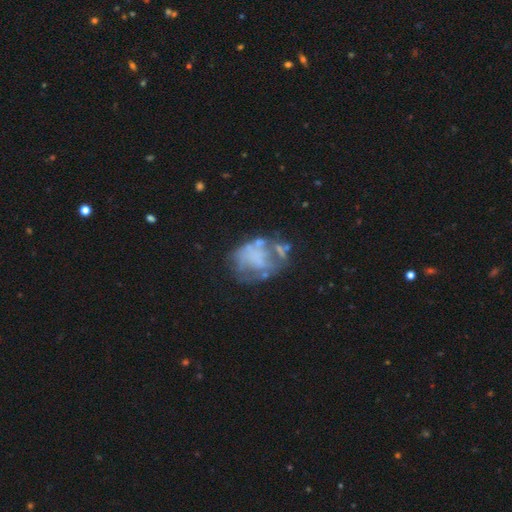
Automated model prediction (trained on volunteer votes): The model was most divided on "merging": none: 42%, major disturbance: 26%, minor disturbance: 22%, merger: 10%. More confident: edge-on disk — no (98%); bar — no (89%); spiral arms — no (82%); bulge size — none (72%); smooth or featured — featured or disk (62%).